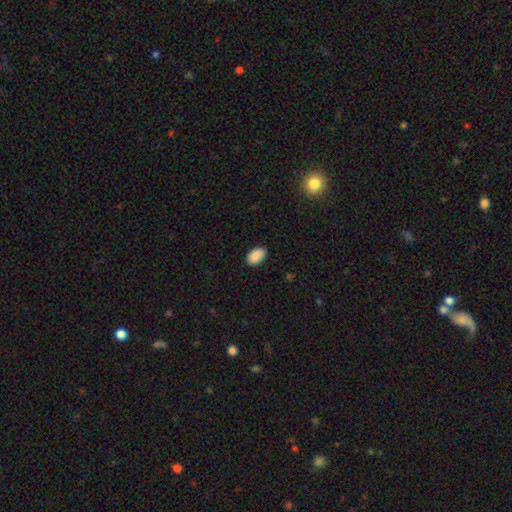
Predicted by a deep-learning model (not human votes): This is clearly a smooth galaxy (90%). How rounded: clearly in between (91%). Merging: clearly none (88%).